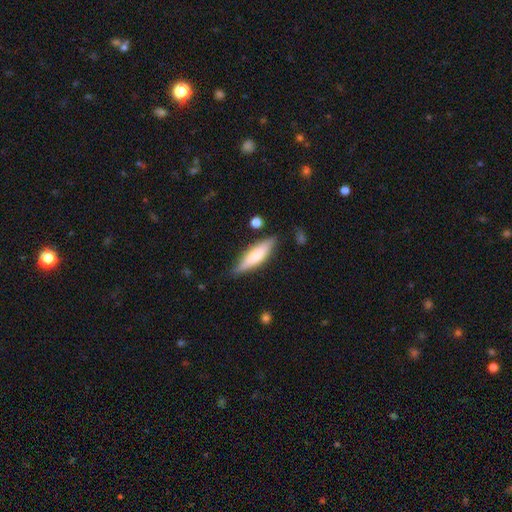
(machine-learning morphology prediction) Smooth or featured: smooth — 61% (featured or disk — 33%)
How rounded: cigar-shaped — 61% (in between — 38%)
Merging: none — 79% (minor disturbance — 16%)